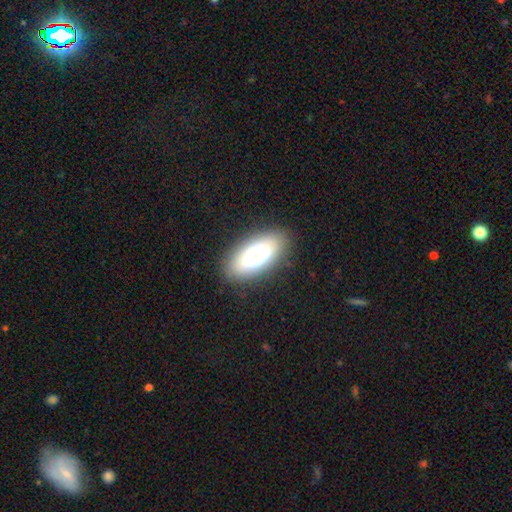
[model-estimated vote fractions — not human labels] Smooth or featured? smooth (66%)
How rounded? in between (88%)
Merging? none (86%)